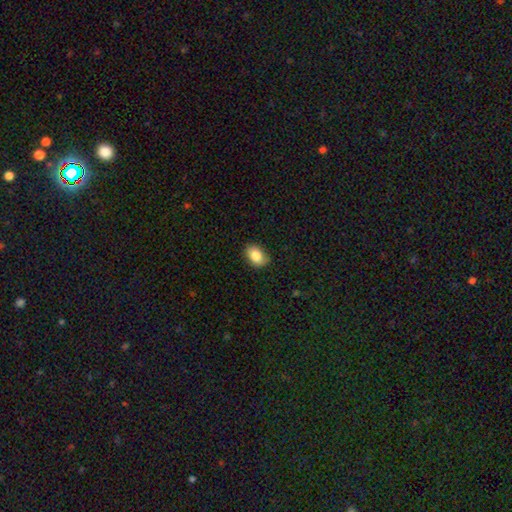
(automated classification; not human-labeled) A smooth galaxy with no disk features (85%) that is in between round and cigar-shaped (79%).

Vote fractions:
- Smooth or featured? smooth: 85% / featured or disk: 8% / star or artifact: 8%
- How rounded? in between: 79% / round: 20% / cigar-shaped: 1%
- Merging? none: 81% / minor disturbance: 15% / major disturbance: 3% / merger: 1%